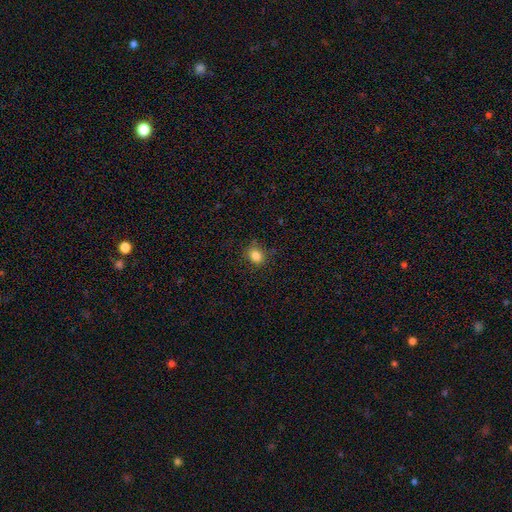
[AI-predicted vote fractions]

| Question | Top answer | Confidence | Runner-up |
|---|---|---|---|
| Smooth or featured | smooth | 83% | star or artifact (12%) |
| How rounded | round | 66% | in between (33%) |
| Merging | none | 79% | minor disturbance (16%) |